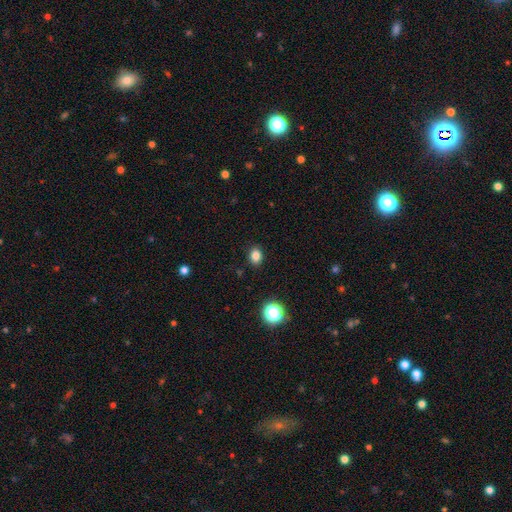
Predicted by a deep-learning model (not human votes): The model was most divided on "how rounded": in between: 56%, round: 43%, cigar-shaped: 1%. More confident: merging — none (89%); smooth or featured — smooth (83%).